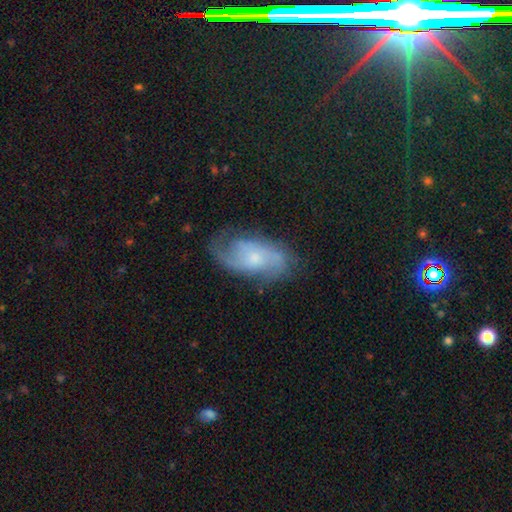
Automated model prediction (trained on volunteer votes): A featured or disk galaxy (71%) with no bar (67%), 2 (58%) medium (44%) spiral arms (92%) and a small central bulge (55%). Merging: none (66%).